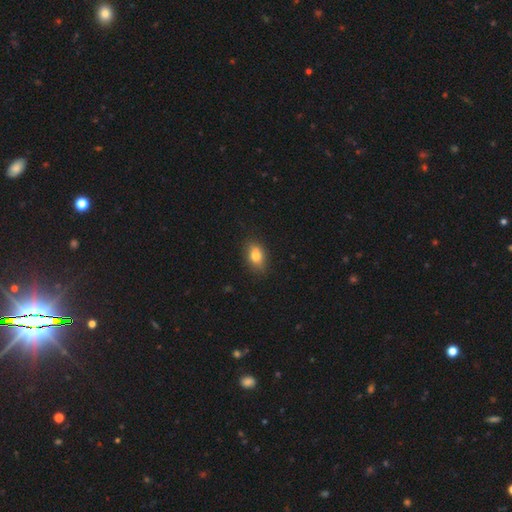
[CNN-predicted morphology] Smooth or featured?
  - smooth: 78% *
  - featured or disk: 13%
  - star or artifact: 9%
How rounded?
  - in between: 78% *
  - round: 18%
  - cigar-shaped: 4%
Merging?
  - none: 82% *
  - minor disturbance: 14%
  - major disturbance: 3%
  - merger: 1%